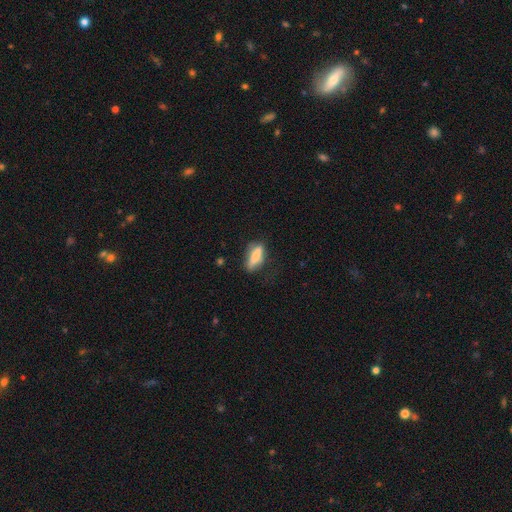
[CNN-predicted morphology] smooth 69%, featured or disk 23%, star or artifact 8%. Down the decision tree: how rounded — cigar-shaped (58%); merging — none (68%).